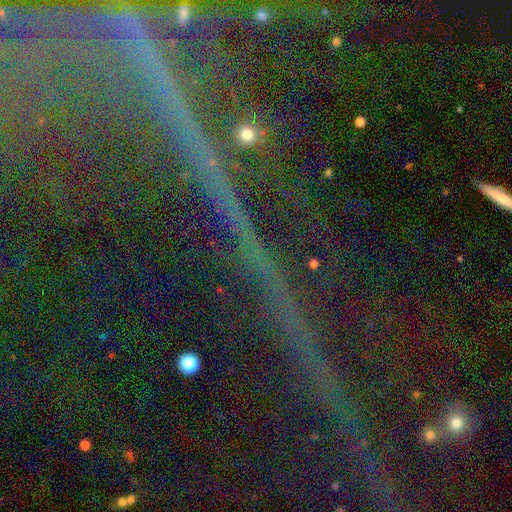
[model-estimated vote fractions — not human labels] The model was most divided on "smooth or featured": star or artifact: 86%, featured or disk: 8%, smooth: 6%.